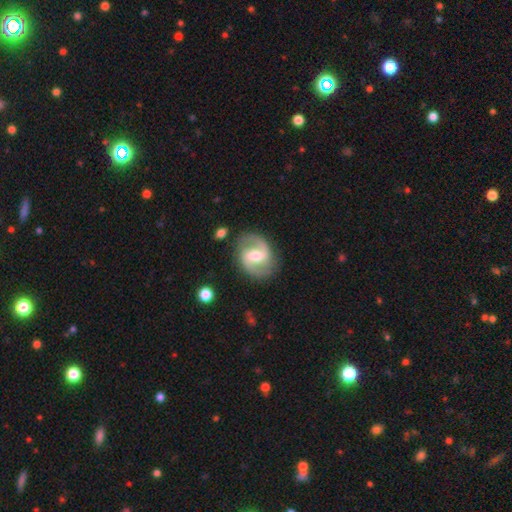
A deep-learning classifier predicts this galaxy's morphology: The model was most divided on "bar": weak: 46%, strong: 36%, no: 18%. More confident: edge-on disk — no (98%); spiral arms — yes (95%); spiral arm count — 2 (93%); smooth or featured — featured or disk (87%); merging — none (84%); bulge size — moderate (68%); spiral winding — medium (55%).